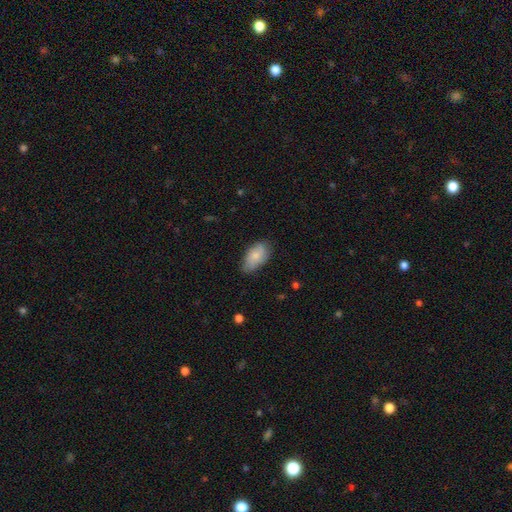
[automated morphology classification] Smooth or featured? smooth (78%)
How rounded? in between (93%)
Merging? none (69%)